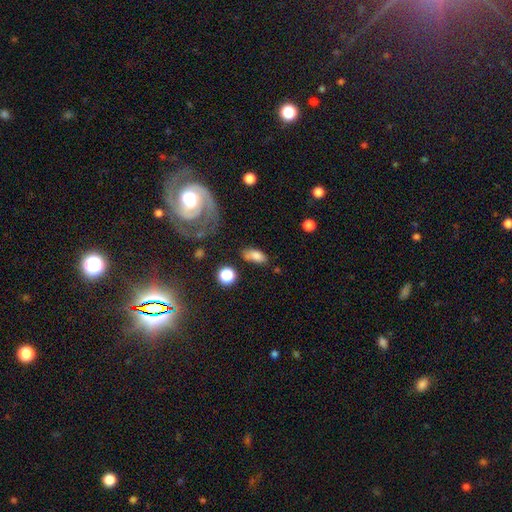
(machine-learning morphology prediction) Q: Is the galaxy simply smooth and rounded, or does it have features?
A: smooth — 76%.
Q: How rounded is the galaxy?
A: in between — 83%.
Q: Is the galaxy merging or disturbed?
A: none — 60%.